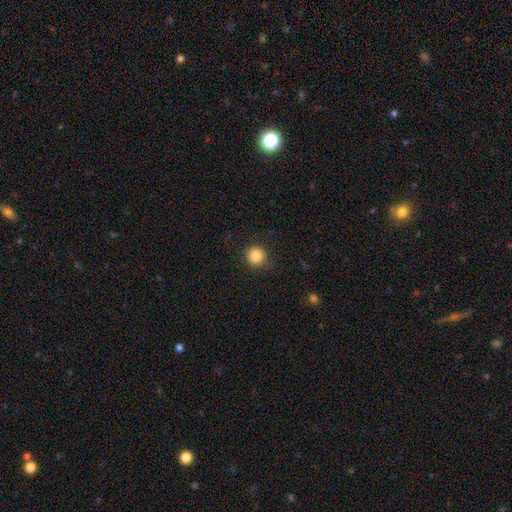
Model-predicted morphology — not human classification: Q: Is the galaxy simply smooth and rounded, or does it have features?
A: smooth — 85%.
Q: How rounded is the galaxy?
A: round — 94%.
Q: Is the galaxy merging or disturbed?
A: none — 88%.